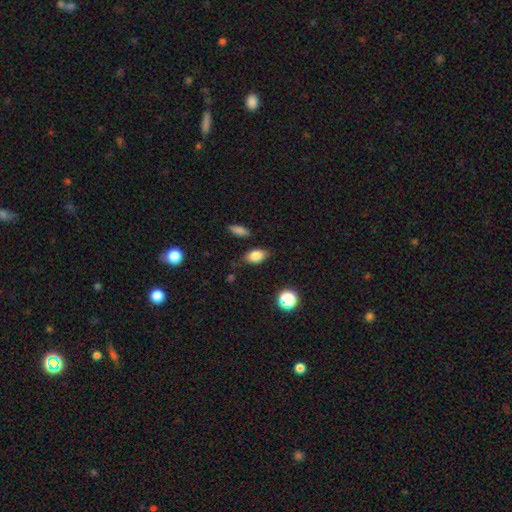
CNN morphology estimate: Smooth or featured?
  - smooth: 81% *
  - star or artifact: 10%
  - featured or disk: 9%
How rounded?
  - in between: 85% *
  - round: 11%
  - cigar-shaped: 4%
Merging?
  - none: 77% *
  - minor disturbance: 16%
  - major disturbance: 4%
  - merger: 3%